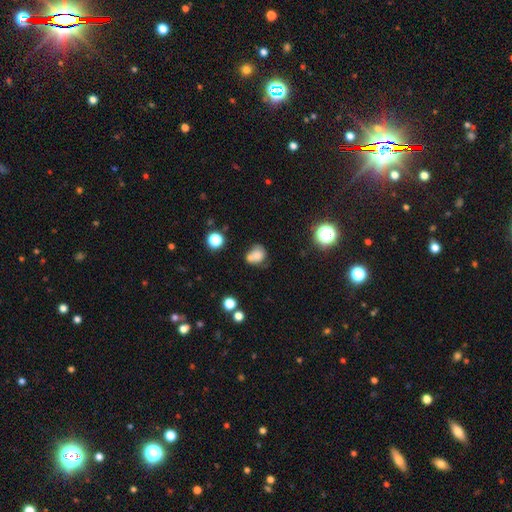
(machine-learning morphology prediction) smooth-or-featured: smooth: 71% | featured or disk: 16% | star or artifact: 13%
  how-rounded: round: 63% | in between: 36% | cigar-shaped: 1%
  merging: none: 37% | merger: 35% | minor disturbance: 19% | major disturbance: 9%